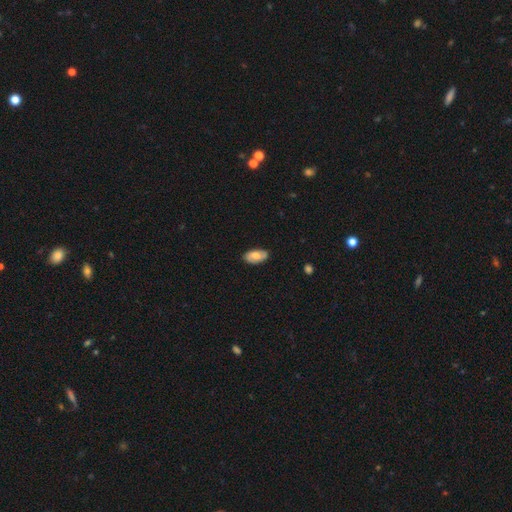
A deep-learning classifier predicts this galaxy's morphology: This appears to be a smooth galaxy with no disk features (59%) that is in between round and cigar-shaped (93%). Merging: none (81%).